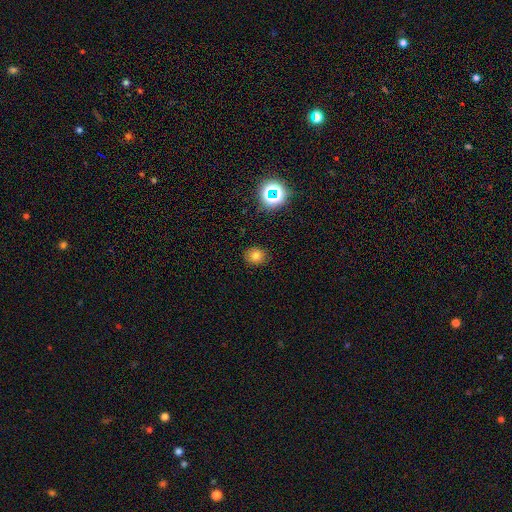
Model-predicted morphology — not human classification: The model was most divided on "how rounded": round: 73%, in between: 26%, cigar-shaped: 1%. More confident: merging — none (86%); smooth or featured — smooth (74%).